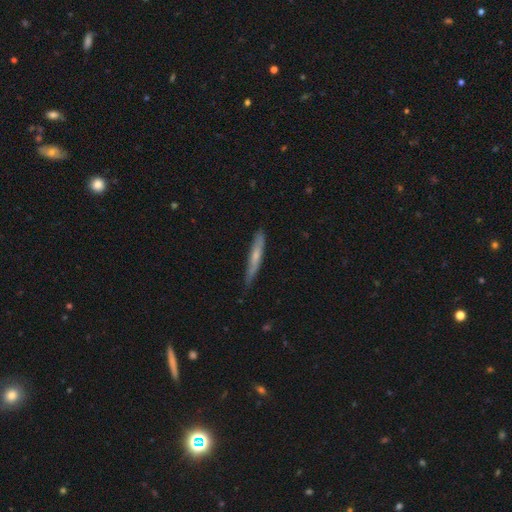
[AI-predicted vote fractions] Smooth or featured? Predicted: smooth (p=0.53). How rounded? Predicted: cigar-shaped (p=0.94). Merging? Predicted: none (p=0.75).